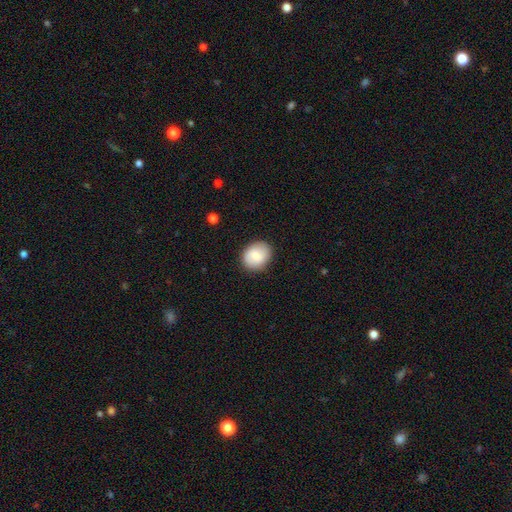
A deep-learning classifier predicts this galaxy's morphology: Overall: smooth (78%). How rounded: round (54%; in between 45%). Merging: none (87%).